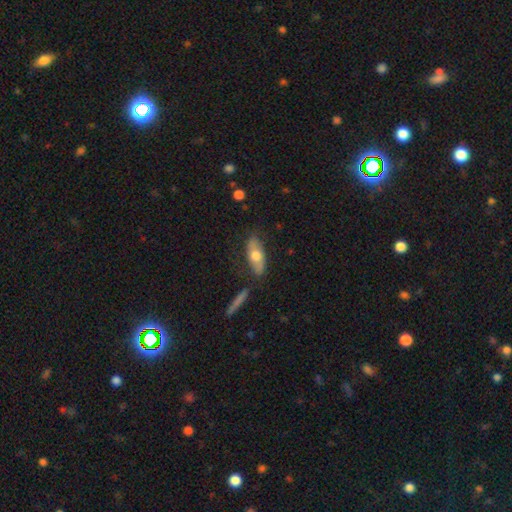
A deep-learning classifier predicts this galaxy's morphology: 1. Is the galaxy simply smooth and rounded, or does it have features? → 62% smooth, 32% featured or disk, 6% star or artifact.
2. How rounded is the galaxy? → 75% in between, 22% cigar-shaped, 4% round.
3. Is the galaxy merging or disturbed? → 75% none, 15% minor disturbance, 6% merger, 4% major disturbance.